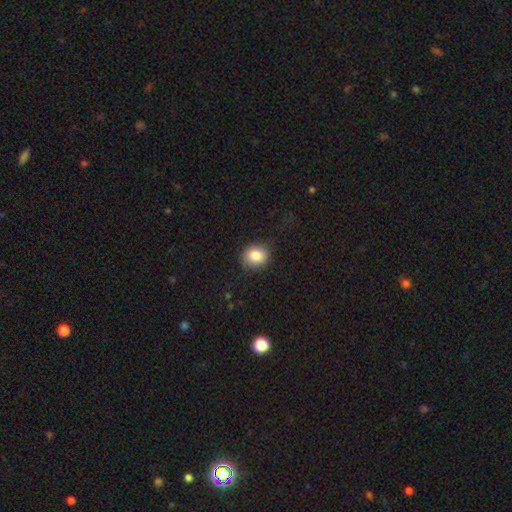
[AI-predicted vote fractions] Overall: smooth (84%). How rounded: round (70%). Merging: none (80%).